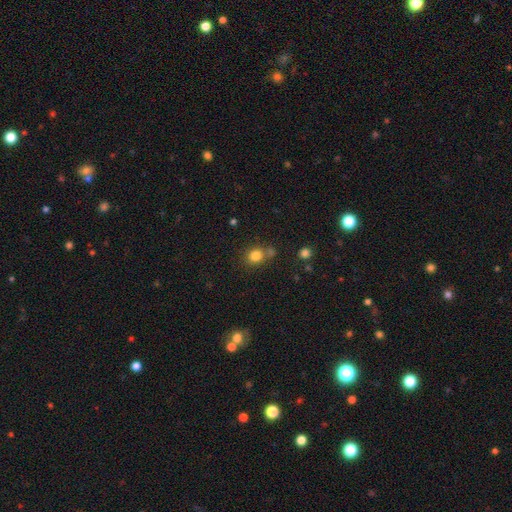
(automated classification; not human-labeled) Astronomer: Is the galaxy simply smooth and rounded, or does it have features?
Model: smooth — 82%.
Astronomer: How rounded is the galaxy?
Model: round — 72%.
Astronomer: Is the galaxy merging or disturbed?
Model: none — 66%.